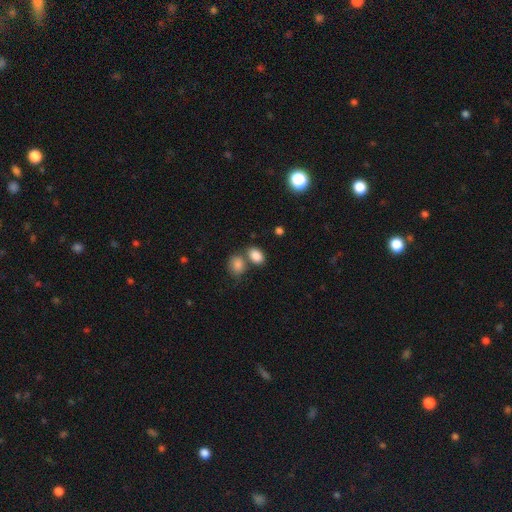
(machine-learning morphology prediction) type=smooth (86%); roundness=in between (77%); merging=none (52%).